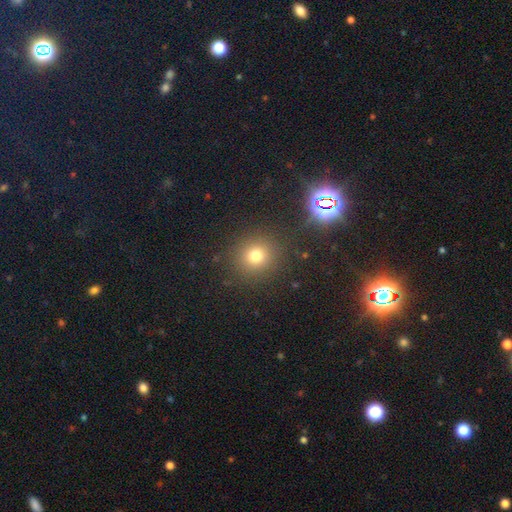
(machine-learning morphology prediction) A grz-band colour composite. It shows a smooth galaxy with no disk features (73%) that is round (89%). Merging: none (87%).